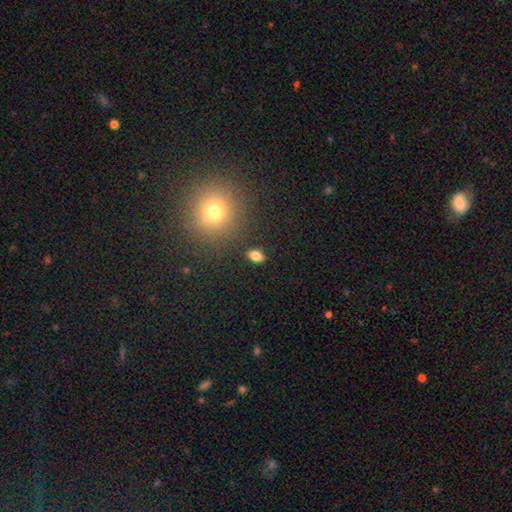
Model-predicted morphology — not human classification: smooth-or-featured: smooth: 81% | star or artifact: 12% | featured or disk: 8%
  how-rounded: in between: 83% | round: 15% | cigar-shaped: 2%
  merging: none: 86% | minor disturbance: 8% | merger: 3% | major disturbance: 3%